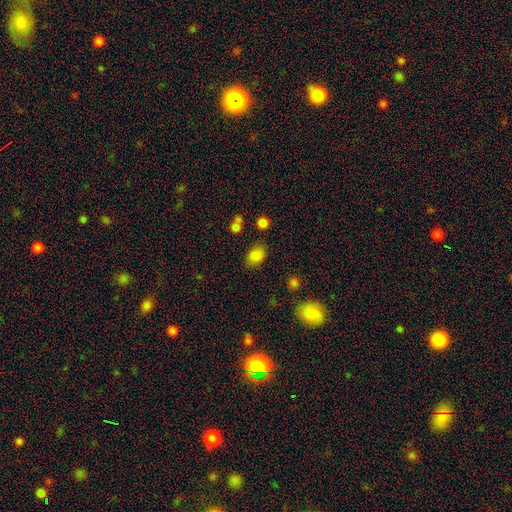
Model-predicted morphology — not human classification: smooth 83%, star or artifact 12%, featured or disk 5%. Down the decision tree: how rounded — in between (71%); merging — none (78%).